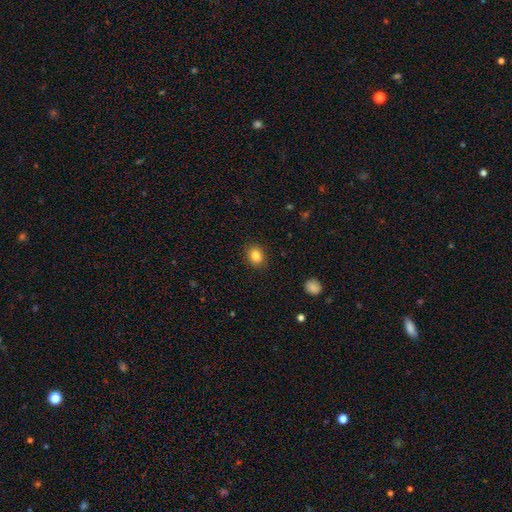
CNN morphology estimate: Smooth or featured: smooth — 85% (star or artifact — 10%)
How rounded: round — 56% (in between — 43%)
Merging: none — 88% (minor disturbance — 8%)